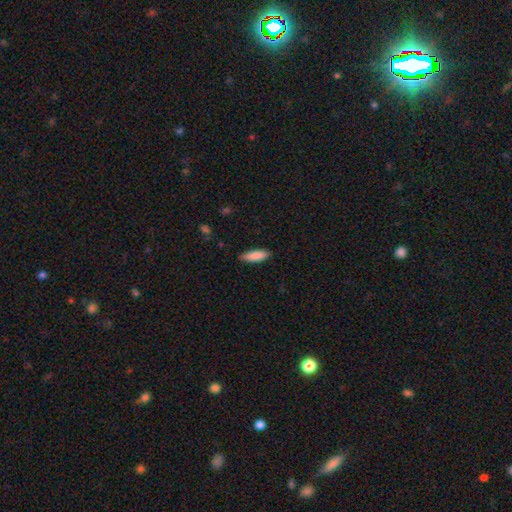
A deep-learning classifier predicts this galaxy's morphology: type=smooth (87%); roundness=in between (54%); merging=none (85%).